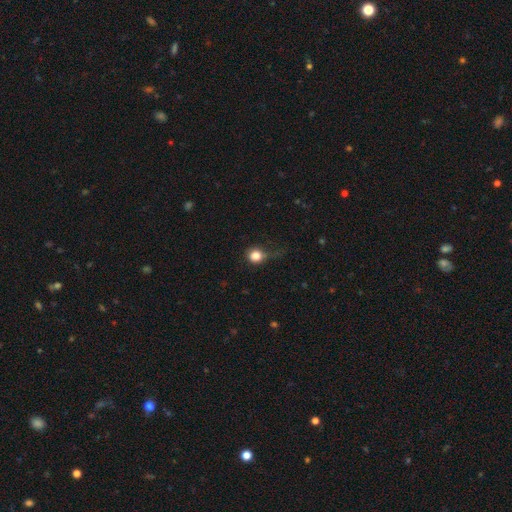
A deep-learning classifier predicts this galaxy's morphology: Smooth or featured? Predicted: smooth (p=0.82). How rounded? Predicted: round (p=0.89). Merging? Predicted: none (p=0.50).